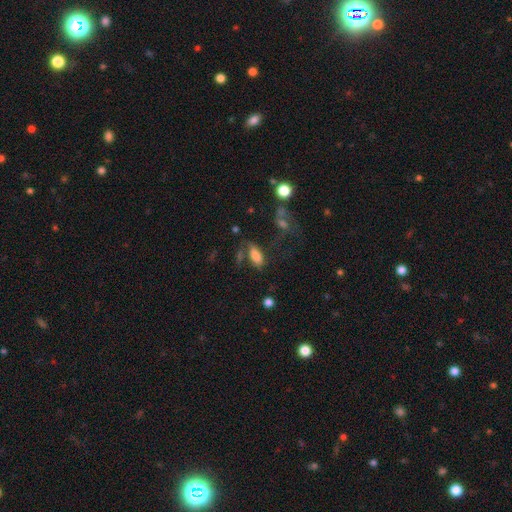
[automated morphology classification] Smooth or featured?
  - smooth: 74% *
  - featured or disk: 15%
  - star or artifact: 11%
How rounded?
  - in between: 84% *
  - cigar-shaped: 12%
  - round: 4%
Merging?
  - none: 45% *
  - major disturbance: 22%
  - minor disturbance: 21%
  - merger: 12%